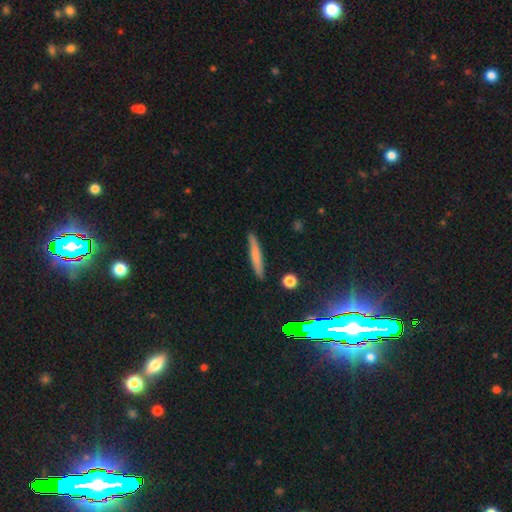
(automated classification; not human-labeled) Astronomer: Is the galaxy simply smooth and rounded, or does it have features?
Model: smooth — 65%.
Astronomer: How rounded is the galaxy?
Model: cigar-shaped — 94%.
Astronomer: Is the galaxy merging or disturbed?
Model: none — 89%.